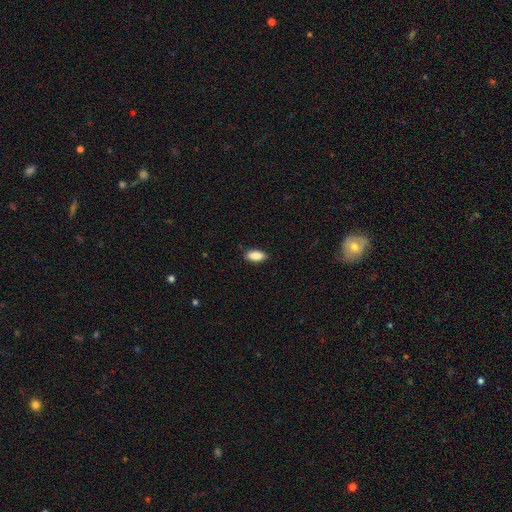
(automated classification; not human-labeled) Morphology: type=smooth (88%); roundness=in between (88%); merging=none (85%).